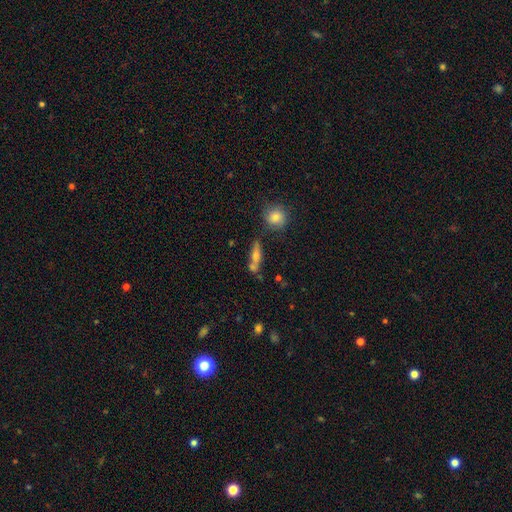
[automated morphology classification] Smooth or featured? Predicted: smooth (p=0.58). How rounded? Predicted: cigar-shaped (p=0.58). Merging? Predicted: none (p=0.55).